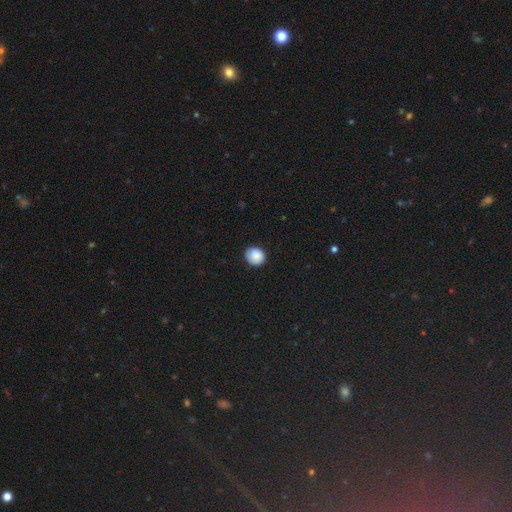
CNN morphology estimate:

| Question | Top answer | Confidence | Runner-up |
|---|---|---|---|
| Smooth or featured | smooth | 87% | star or artifact (8%) |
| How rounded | round | 75% | in between (24%) |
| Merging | none | 82% | minor disturbance (14%) |